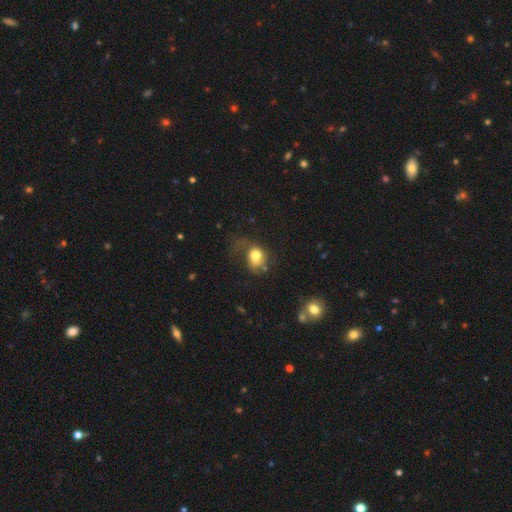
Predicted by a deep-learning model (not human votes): Morphology: type=smooth (71%); roundness=round (51%); merging=major disturbance (41%).